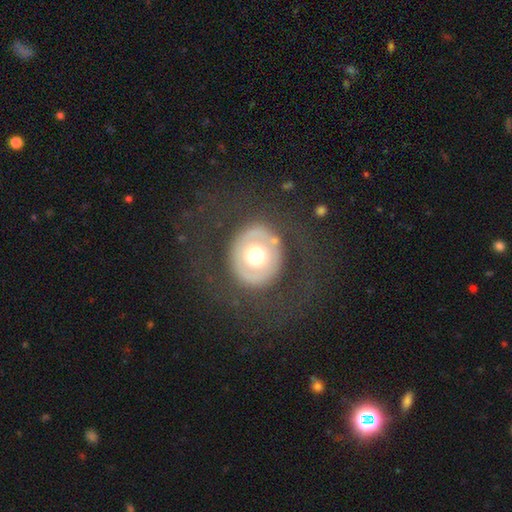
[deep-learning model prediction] This appears to be a featured or disk galaxy (46%). Merging: none (71%).